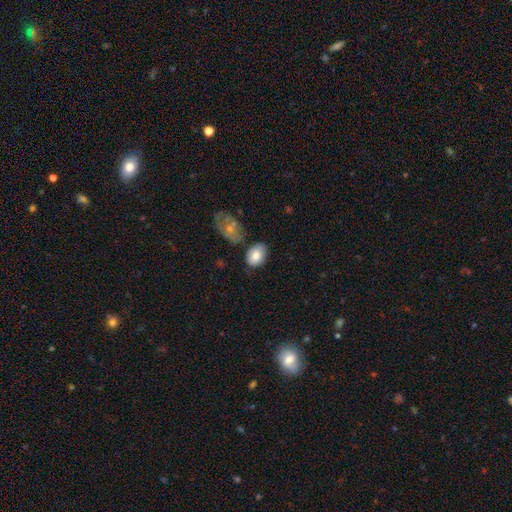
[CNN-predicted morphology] Smooth or featured? Predicted: smooth (p=0.81). How rounded? Predicted: in between (p=0.78). Merging? Predicted: none (p=0.65).